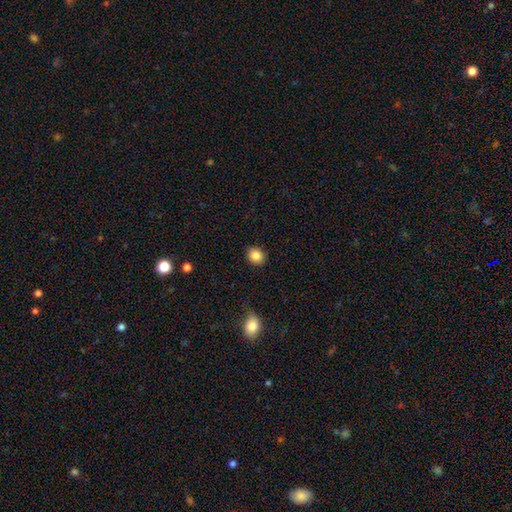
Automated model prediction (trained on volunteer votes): smooth-or-featured: smooth: 85% | star or artifact: 10% | featured or disk: 6%
  how-rounded: round: 70% | in between: 29% | cigar-shaped: 1%
  merging: none: 90% | minor disturbance: 7% | major disturbance: 2% | merger: 1%